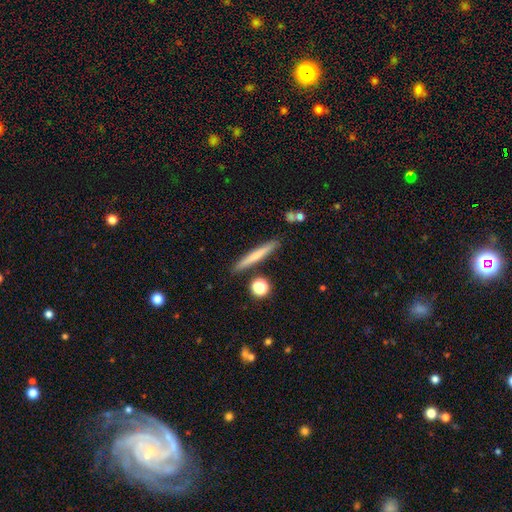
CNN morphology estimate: A smooth galaxy with no disk features (62%) that is cigar-shaped (95%). Merging: none (88%).